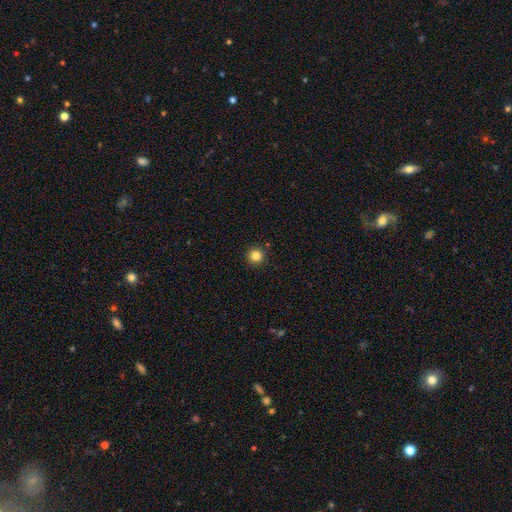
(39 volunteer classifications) smooth-or-featured: smooth: 92% | star or artifact: 8% | featured or disk: 0%
  how-rounded: round: 100% | in between: 0% | cigar-shaped: 0%
  merging: none: 94% | minor disturbance: 6% | major disturbance: 0% | merger: 0%